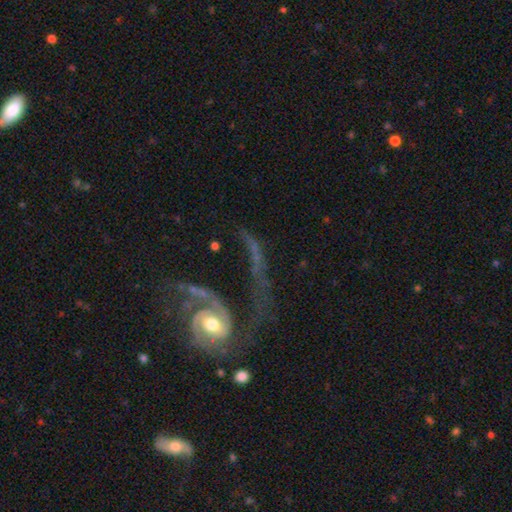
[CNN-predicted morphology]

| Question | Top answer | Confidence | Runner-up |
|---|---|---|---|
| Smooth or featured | featured or disk | 77% | smooth (14%) |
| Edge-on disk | no | 92% | yes (8%) |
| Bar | no | 56% | weak (28%) |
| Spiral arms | yes | 82% | no (18%) |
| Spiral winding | loose | 43% | medium (36%) |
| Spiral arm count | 2 | 53% | 1 (24%) |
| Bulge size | moderate | 60% | small (27%) |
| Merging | major disturbance | 41% | none (32%) |